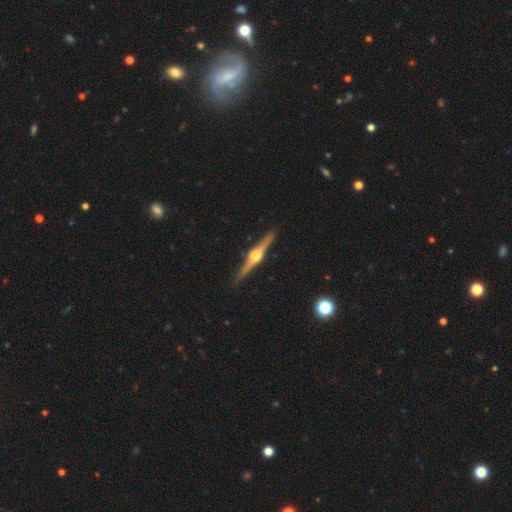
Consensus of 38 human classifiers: This appears to be a featured or disk galaxy (87%) viewed edge-on (100%) with a rounded central bulge (100%). Merging: none (92%).